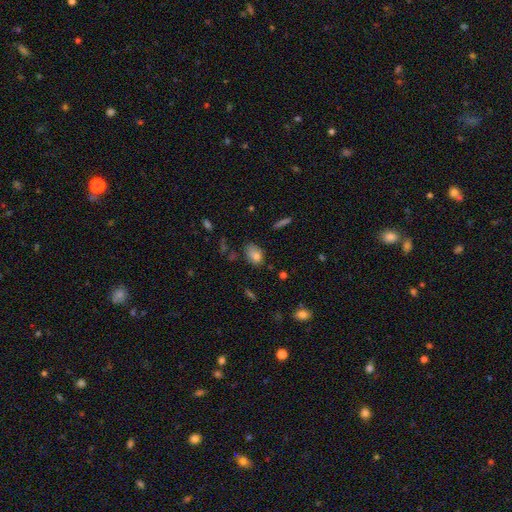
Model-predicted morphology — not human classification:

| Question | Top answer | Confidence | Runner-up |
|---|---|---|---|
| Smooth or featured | smooth | 79% | star or artifact (11%) |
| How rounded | in between | 78% | round (20%) |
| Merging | none | 59% | minor disturbance (29%) |